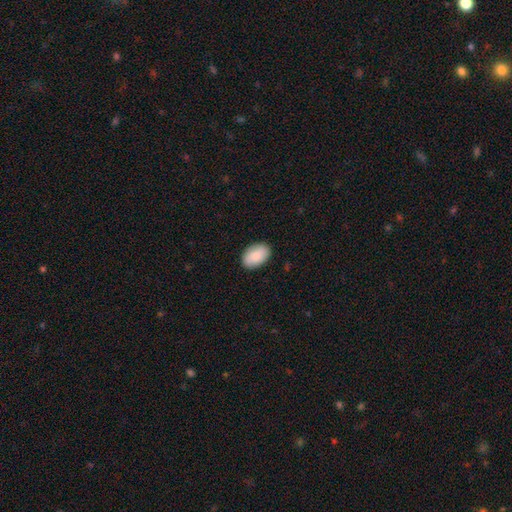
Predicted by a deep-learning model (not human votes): Morphology: type=smooth (89%); roundness=in between (90%); merging=none (88%).